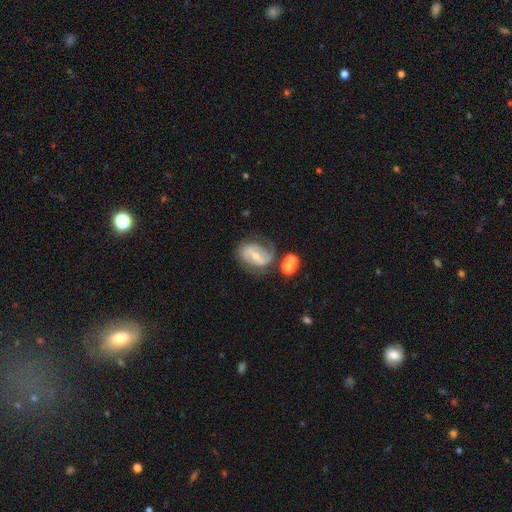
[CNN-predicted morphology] Smooth or featured? Predicted: featured or disk (p=0.77). Edge-on disk? Predicted: no (p=0.96). Bar? Predicted: strong (p=0.45). Spiral arms? Predicted: yes (p=0.82). Spiral winding? Predicted: medium (p=0.43). Spiral arm count? Predicted: 2 (p=0.75). Bulge size? Predicted: moderate (p=0.50). Merging? Predicted: none (p=0.58).